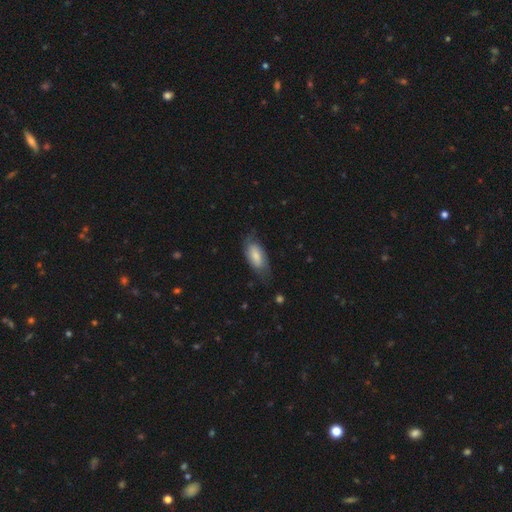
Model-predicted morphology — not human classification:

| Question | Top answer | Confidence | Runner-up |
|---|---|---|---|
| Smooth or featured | smooth | 69% | featured or disk (25%) |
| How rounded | in between | 89% | cigar-shaped (8%) |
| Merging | none | 62% | minor disturbance (27%) |